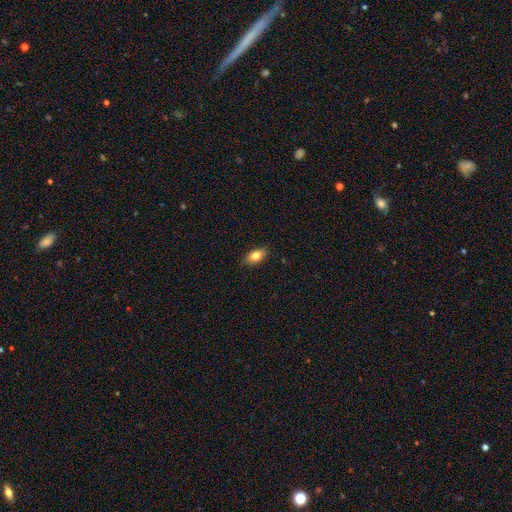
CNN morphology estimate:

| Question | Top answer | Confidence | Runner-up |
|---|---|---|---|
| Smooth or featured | smooth | 79% | featured or disk (13%) |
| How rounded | in between | 87% | cigar-shaped (7%) |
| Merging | none | 86% | minor disturbance (11%) |